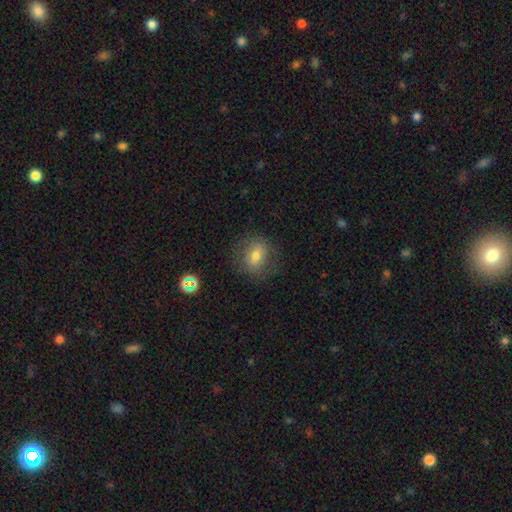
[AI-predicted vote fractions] Q: Smooth or featured?
A: smooth (65%); runner-up: featured or disk (24%)
Q: How rounded?
A: in between (49%); tied with: round (49%)
Q: Merging?
A: none (78%); runner-up: minor disturbance (14%)